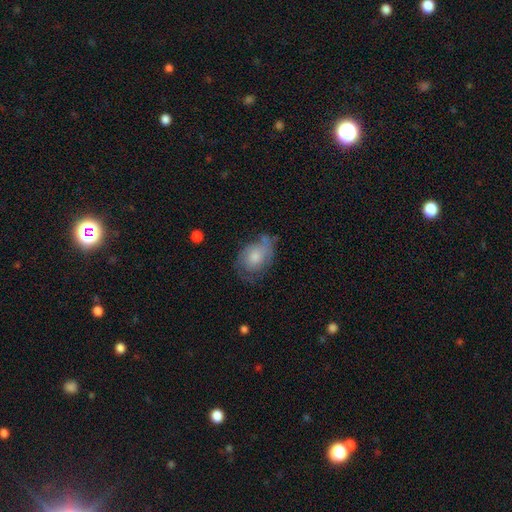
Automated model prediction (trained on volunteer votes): A smooth galaxy with no disk features (56%) that is in between round and cigar-shaped (77%). Merging: none (42%).